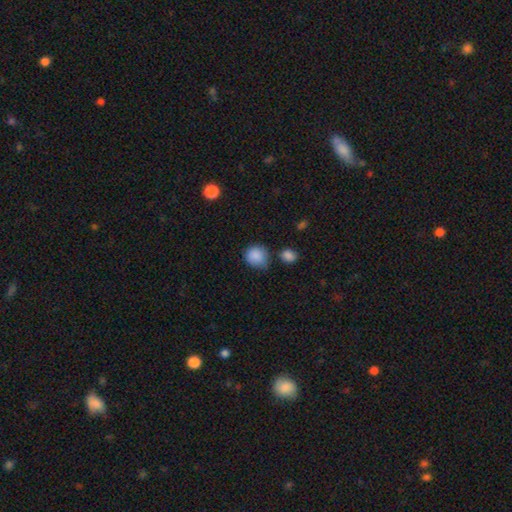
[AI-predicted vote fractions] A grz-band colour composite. It shows a smooth galaxy with no disk features (87%) that is round (82%). Merging: none (61%).